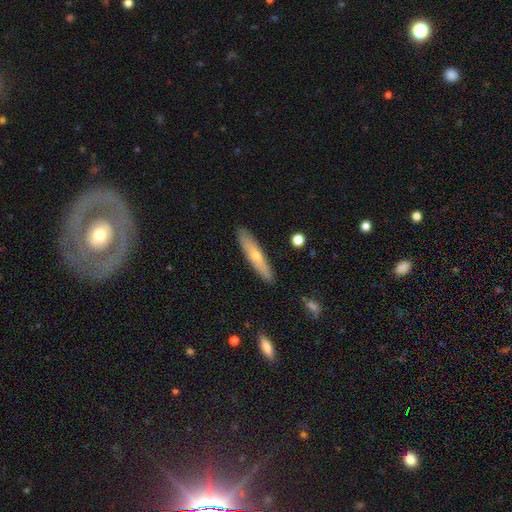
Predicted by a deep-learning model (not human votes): Q: Smooth or featured?
A: smooth (55%); runner-up: featured or disk (39%)
Q: How rounded?
A: cigar-shaped (86%); runner-up: in between (12%)
Q: Merging?
A: none (89%); runner-up: minor disturbance (8%)